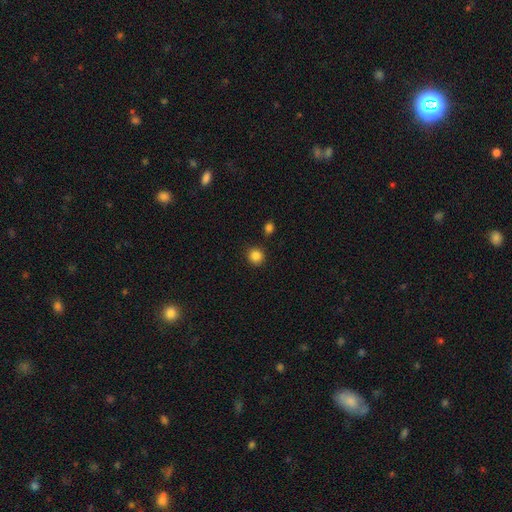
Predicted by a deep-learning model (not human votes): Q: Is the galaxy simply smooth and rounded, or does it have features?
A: smooth — 86%.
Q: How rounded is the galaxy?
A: round — 91%.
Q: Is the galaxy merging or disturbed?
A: none — 88%.